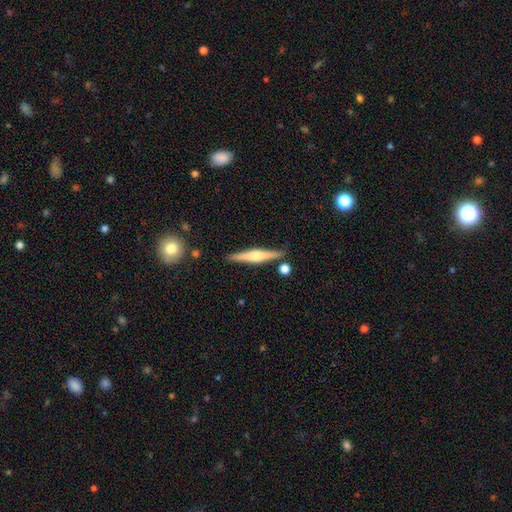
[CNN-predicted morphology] Q: Smooth or featured?
A: featured or disk (64%); runner-up: smooth (30%)
Q: Edge-on disk?
A: yes (97%); runner-up: no (3%)
Q: Edge-on bulge?
A: rounded (83%); runner-up: boxy (10%)
Q: Merging?
A: none (85%); runner-up: minor disturbance (9%)